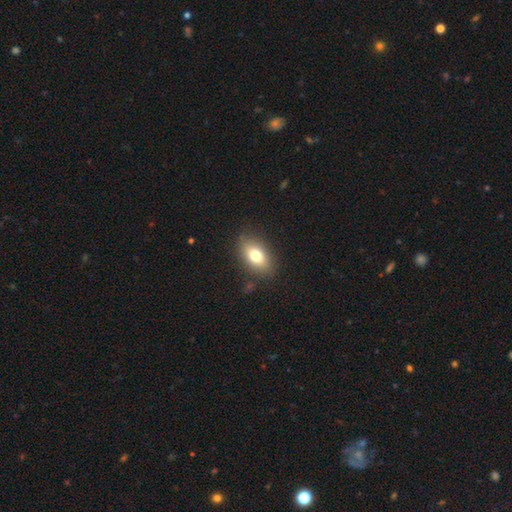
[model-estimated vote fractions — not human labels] Smooth or featured? Predicted: smooth (p=0.77). How rounded? Predicted: in between (p=0.88). Merging? Predicted: none (p=0.84).